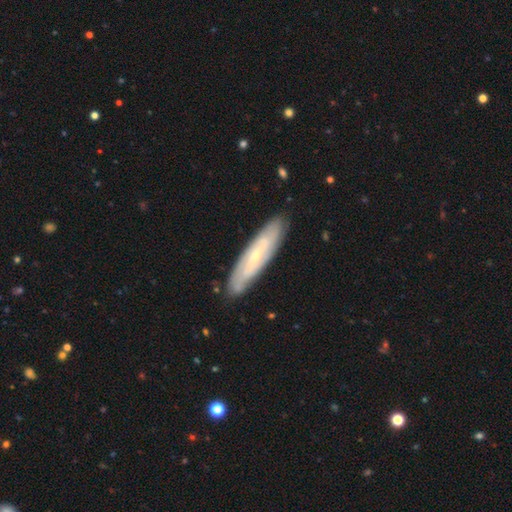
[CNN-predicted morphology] A featured or disk galaxy (62%).

Vote fractions:
- Smooth or featured? featured or disk: 62% / smooth: 32% / star or artifact: 6%
- Edge-on disk? no: 60% / yes: 40%
- Merging? none: 86% / minor disturbance: 11% / major disturbance: 2% / merger: 1%